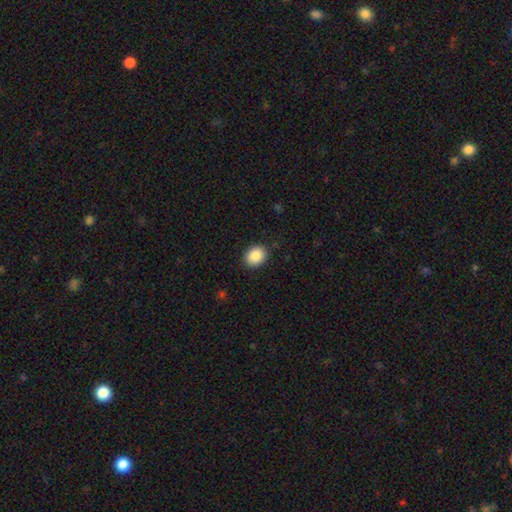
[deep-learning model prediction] Overall: smooth (87%). How rounded: round (57%; in between 42%). Merging: none (89%).